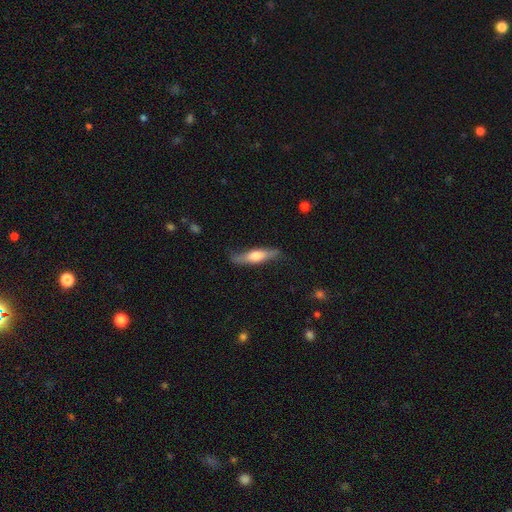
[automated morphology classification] smooth-or-featured: featured or disk: 49% | smooth: 46% | star or artifact: 5%
  merging: none: 78% | minor disturbance: 17% | major disturbance: 4% | merger: 1%